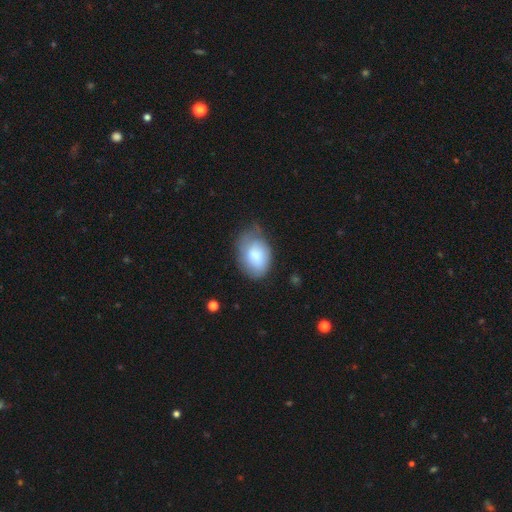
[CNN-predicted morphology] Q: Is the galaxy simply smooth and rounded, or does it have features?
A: smooth — 75%.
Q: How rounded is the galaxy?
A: in between — 82%.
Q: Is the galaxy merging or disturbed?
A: none — 42%.